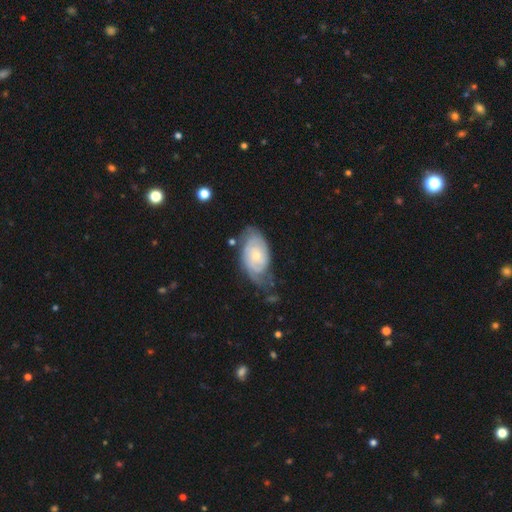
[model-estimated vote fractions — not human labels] Smooth or featured? Predicted: featured or disk (p=0.73). Edge-on disk? Predicted: no (p=0.95). Bar? Predicted: no (p=0.74). Spiral arms? Predicted: yes (p=0.87). Spiral winding? Predicted: tight (p=0.65). Spiral arm count? Predicted: 2 (p=0.42). Bulge size? Predicted: small (p=0.63). Merging? Predicted: none (p=0.53).